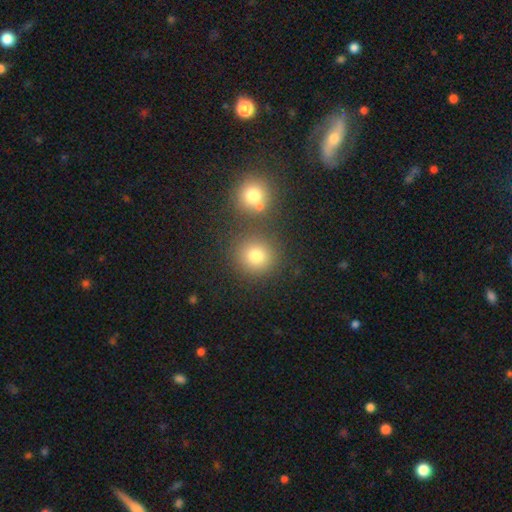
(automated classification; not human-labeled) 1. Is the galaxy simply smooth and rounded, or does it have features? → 77% smooth, 15% star or artifact, 8% featured or disk.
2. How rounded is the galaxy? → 91% round, 8% in between, 1% cigar-shaped.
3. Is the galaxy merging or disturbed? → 76% none, 13% merger, 8% minor disturbance, 3% major disturbance.